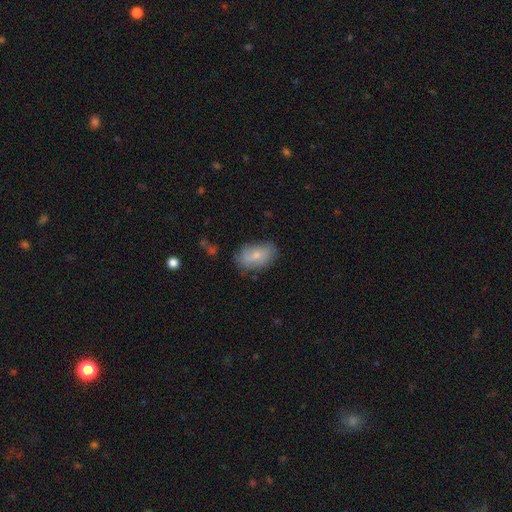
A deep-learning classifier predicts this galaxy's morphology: smooth_or_featured: smooth (p=0.67) [alt: featured or disk p=0.27]
how_rounded: in between (p=0.91) [alt: round p=0.07]
merging: none (p=0.71) [alt: minor disturbance p=0.22]